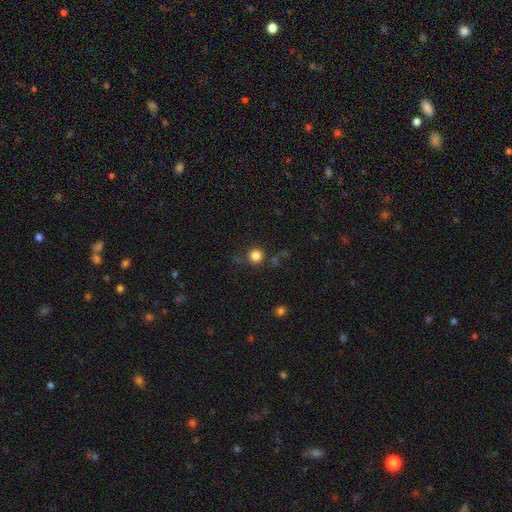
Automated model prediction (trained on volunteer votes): smooth_or_featured: smooth (p=0.83) [alt: star or artifact p=0.12]
how_rounded: round (p=0.94) [alt: in between p=0.05]
merging: none (p=0.78) [alt: minor disturbance p=0.11]